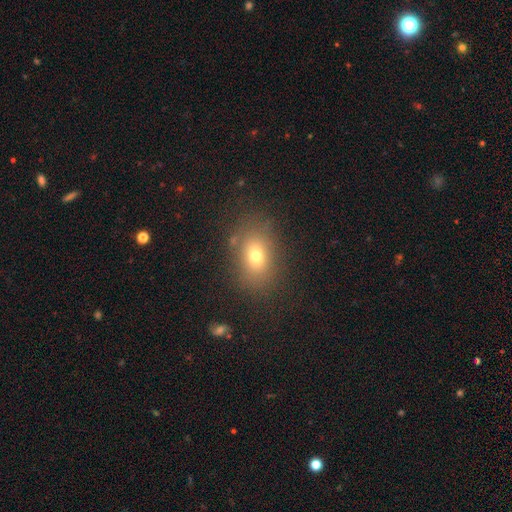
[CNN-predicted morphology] Q: Smooth or featured?
A: smooth (72%); runner-up: featured or disk (15%)
Q: How rounded?
A: in between (76%); runner-up: round (22%)
Q: Merging?
A: none (79%); runner-up: minor disturbance (13%)